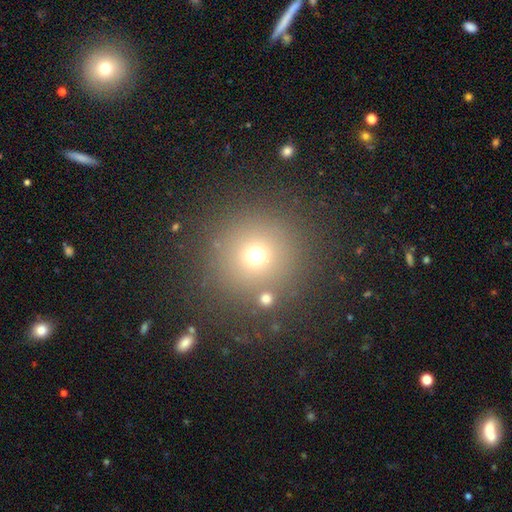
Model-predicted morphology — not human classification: The model was most divided on "smooth or featured": smooth: 67%, star or artifact: 22%, featured or disk: 11%. More confident: how rounded — round (95%); merging — none (84%).